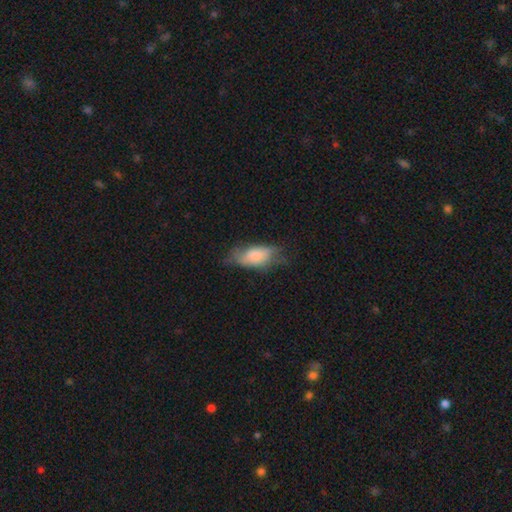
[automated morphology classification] This is likely a smooth galaxy (72%). How rounded: clearly in between (85%). Merging: marginally none (44%).